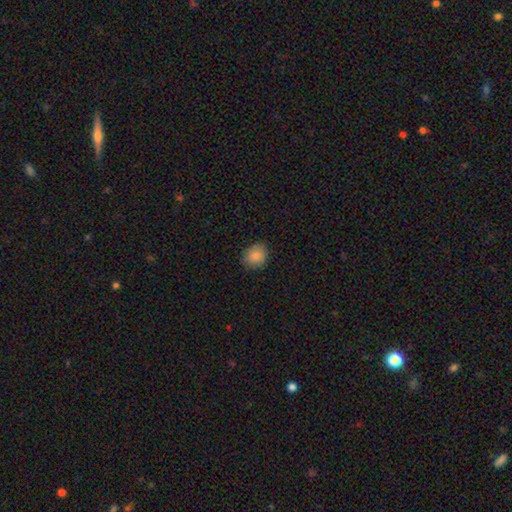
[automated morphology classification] A smooth galaxy with no disk features (87%) that is round (67%).

Vote fractions:
- Smooth or featured? smooth: 87% / star or artifact: 8% / featured or disk: 5%
- How rounded? round: 67% / in between: 32% / cigar-shaped: 1%
- Merging? none: 85% / minor disturbance: 11% / major disturbance: 3% / merger: 1%